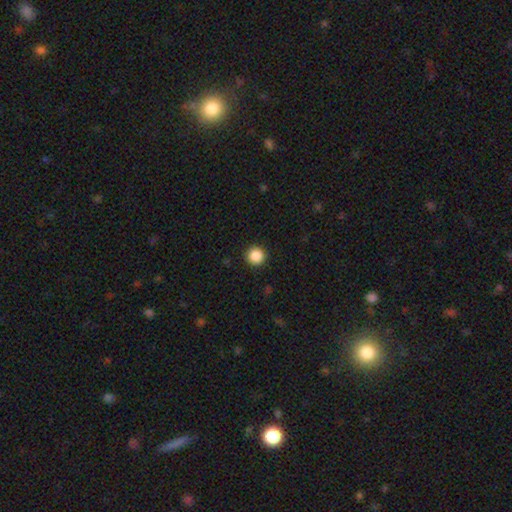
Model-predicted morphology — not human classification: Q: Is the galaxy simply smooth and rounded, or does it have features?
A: smooth — 88%.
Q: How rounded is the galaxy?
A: round — 96%.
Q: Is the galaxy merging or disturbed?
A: none — 93%.